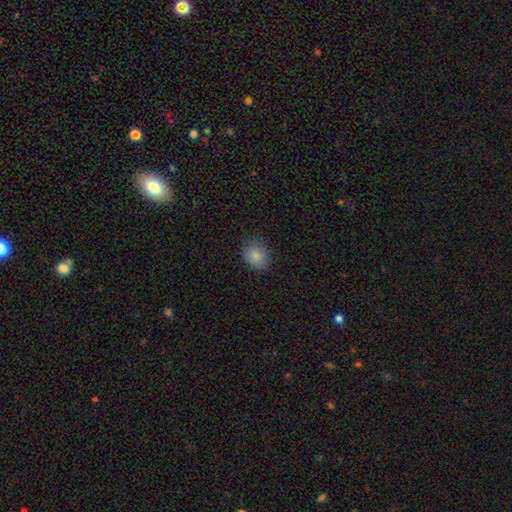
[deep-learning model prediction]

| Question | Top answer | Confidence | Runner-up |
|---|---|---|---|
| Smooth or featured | smooth | 85% | star or artifact (9%) |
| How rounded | in between | 52% | round (47%) |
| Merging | none | 83% | minor disturbance (13%) |